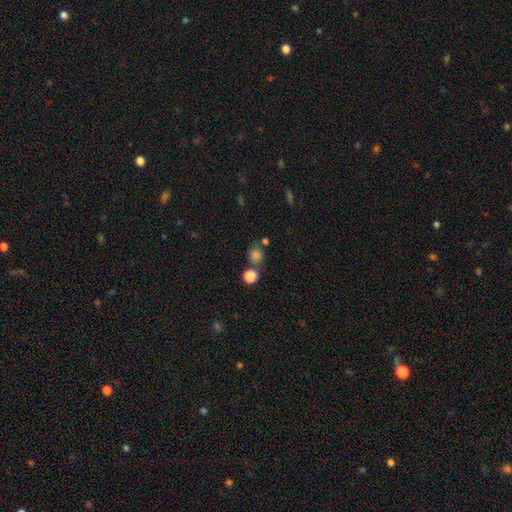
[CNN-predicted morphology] A smooth galaxy with no disk features (66%) that is round (85%).

Vote fractions:
- Smooth or featured? smooth: 66% / star or artifact: 27% / featured or disk: 7%
- How rounded? round: 85% / in between: 14% / cigar-shaped: 1%
- Merging? none: 71% / merger: 16% / minor disturbance: 9% / major disturbance: 4%